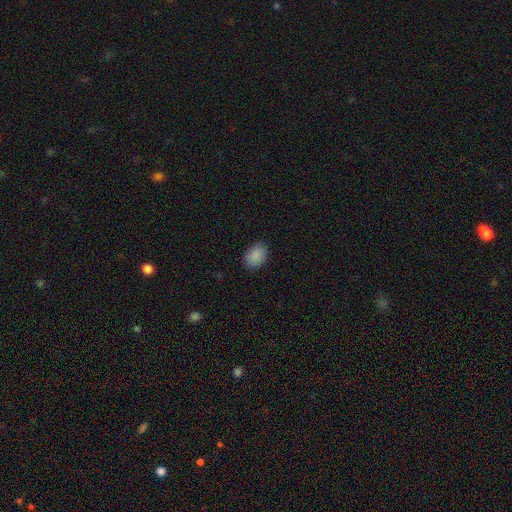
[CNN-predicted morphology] smooth_or_featured: smooth (p=0.89) [alt: star or artifact p=0.08]
how_rounded: in between (p=0.75) [alt: round p=0.24]
merging: none (p=0.85) [alt: minor disturbance p=0.11]